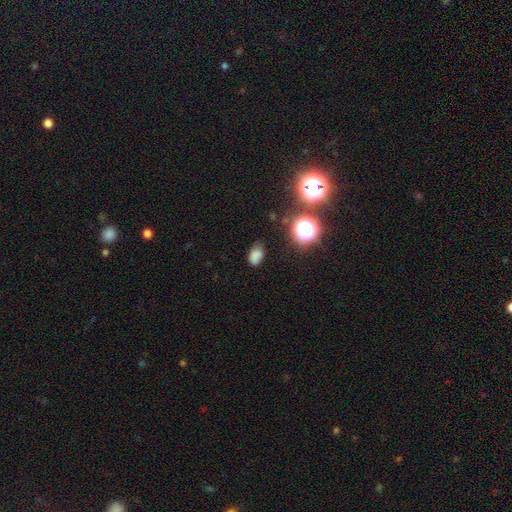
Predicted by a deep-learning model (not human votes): Smooth or featured?
  - smooth: 73% *
  - star or artifact: 18%
  - featured or disk: 10%
How rounded?
  - in between: 81% *
  - round: 17%
  - cigar-shaped: 2%
Merging?
  - none: 63% *
  - minor disturbance: 25%
  - major disturbance: 8%
  - merger: 4%